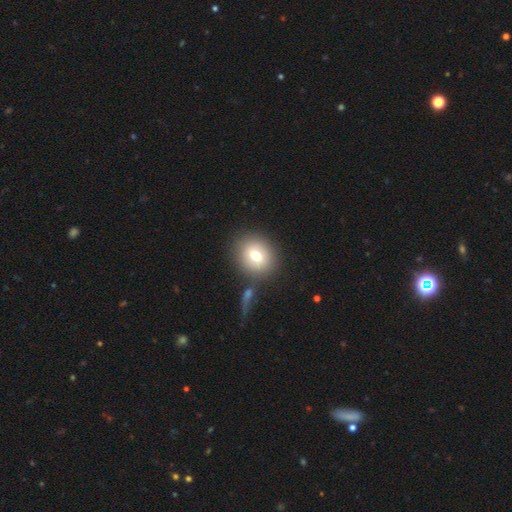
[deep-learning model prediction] Smooth or featured? Predicted: smooth (p=0.73). How rounded? Predicted: round (p=0.73). Merging? Predicted: none (p=0.75).